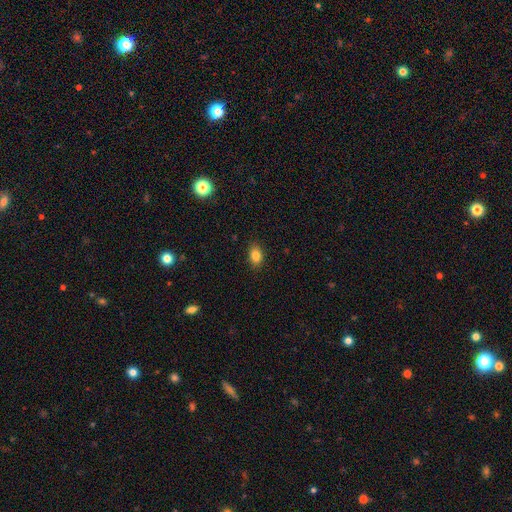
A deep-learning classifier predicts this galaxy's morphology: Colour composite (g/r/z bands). It shows a smooth galaxy with no disk features (84%) that is in between round and cigar-shaped (81%). Merging: none (87%).